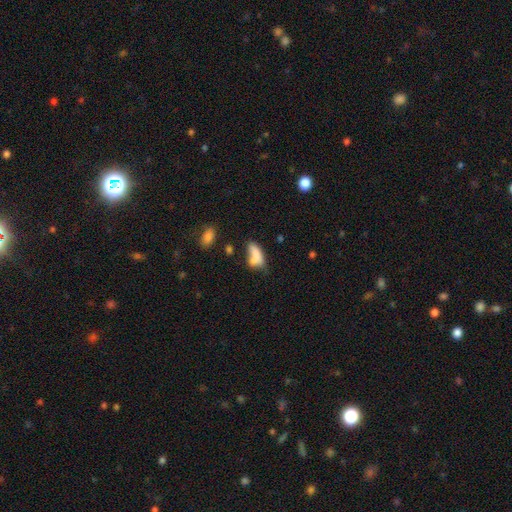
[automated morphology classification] Smooth or featured: smooth — 74% (featured or disk — 17%)
How rounded: in between — 82% (cigar-shaped — 14%)
Merging: none — 31% (merger — 26%)